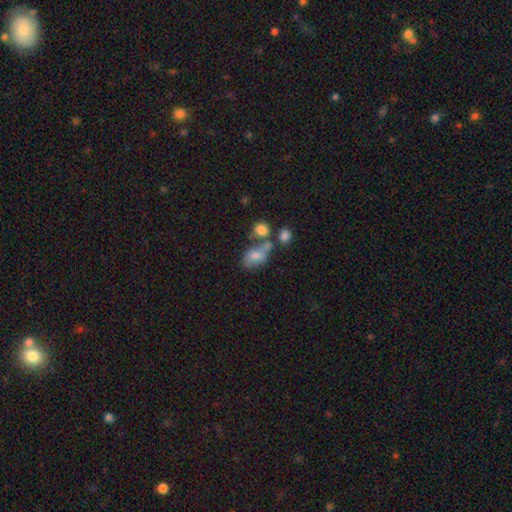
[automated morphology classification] smooth_or_featured: smooth (p=0.67) [alt: featured or disk p=0.23]
how_rounded: in between (p=0.82) [alt: round p=0.15]
merging: none (p=0.37) [alt: merger p=0.32]